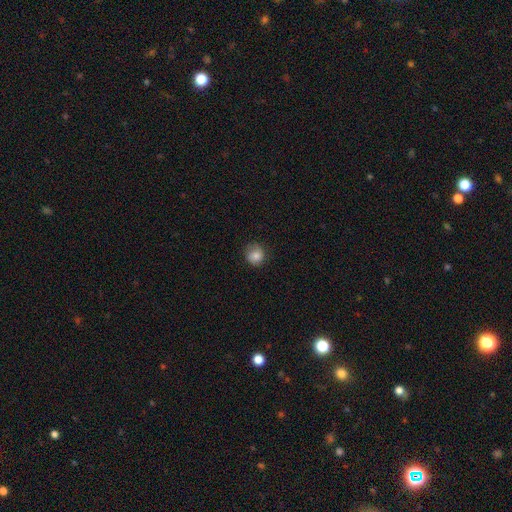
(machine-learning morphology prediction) Smooth or featured? smooth (79%)
How rounded? round (85%)
Merging? none (73%)